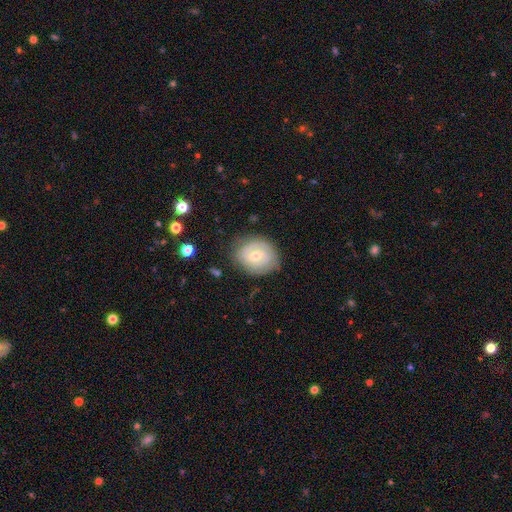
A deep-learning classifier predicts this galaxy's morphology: A featured or disk galaxy (71%) with no bar (50%), 2 (58%) tight (63%) spiral arms (88%) and a moderate central bulge (53%).

Vote fractions:
- Smooth or featured? featured or disk: 71% / smooth: 22% / star or artifact: 7%
- Edge-on disk? no: 97% / yes: 3%
- Bar? no: 50% / weak: 41% / strong: 9%
- Spiral arms? yes: 88% / no: 12%
- Spiral winding? tight: 63% / medium: 29% / loose: 9%
- Spiral arm count? 2: 58% / can't tell: 23% / 3: 9% / 1: 5% / 4: 2% / more than 4: 2%
- Bulge size? moderate: 53% / small: 44% / large: 2% / none: 1% / dominant: 1%
- Merging? none: 80% / minor disturbance: 15% / major disturbance: 4% / merger: 1%